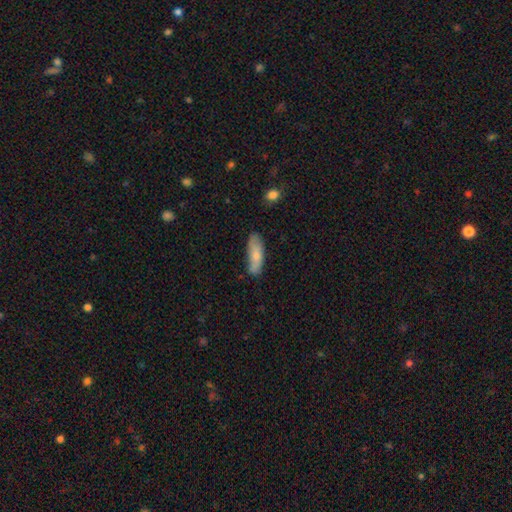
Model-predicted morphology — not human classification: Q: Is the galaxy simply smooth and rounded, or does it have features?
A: smooth — 73%.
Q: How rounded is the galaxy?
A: in between — 55%.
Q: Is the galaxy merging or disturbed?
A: none — 69%.